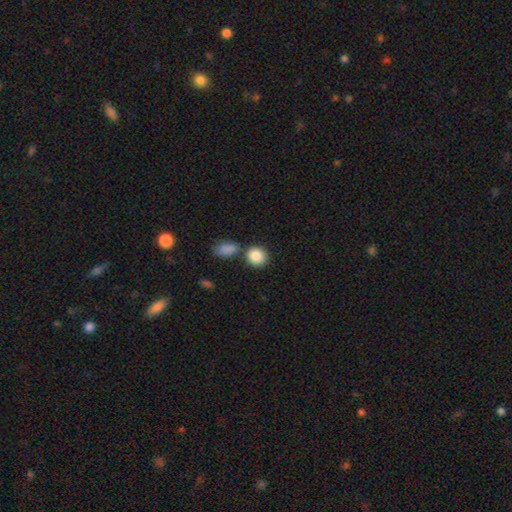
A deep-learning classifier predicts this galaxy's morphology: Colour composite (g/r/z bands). It shows a smooth galaxy with no disk features (87%) that is round (72%). Merging: none (65%).